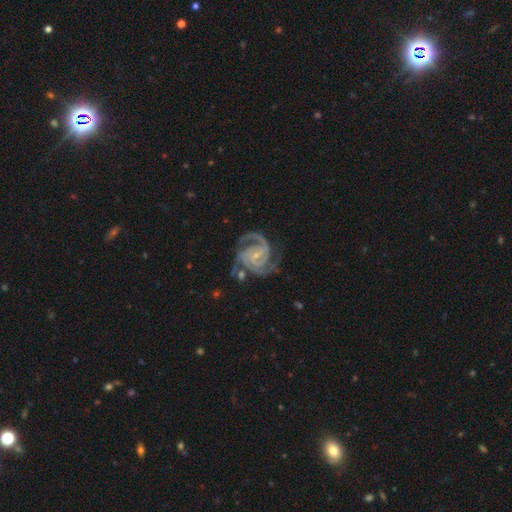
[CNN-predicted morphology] Smooth or featured: featured or disk — 94% (star or artifact — 4%)
Edge-on disk: no — 98% (yes — 2%)
Bar: weak — 43% (no — 36%)
Spiral arms: yes — 99% (no — 1%)
Spiral winding: tight — 54% (medium — 42%)
Spiral arm count: 3 — 45% (2 — 34%)
Bulge size: small — 76% (moderate — 19%)
Merging: none — 65% (minor disturbance — 19%)